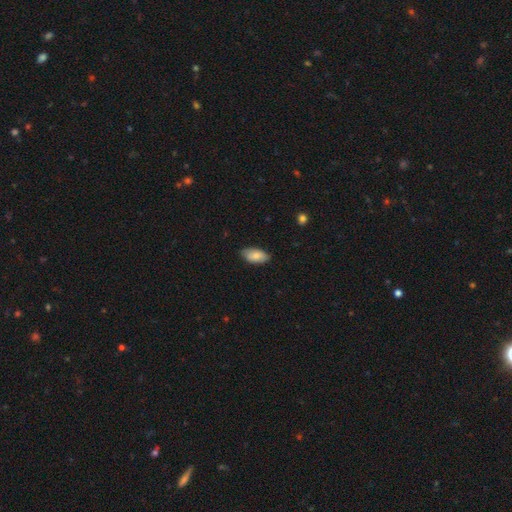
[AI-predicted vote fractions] Q: Smooth or featured?
A: smooth (81%); runner-up: featured or disk (13%)
Q: How rounded?
A: in between (93%); runner-up: cigar-shaped (4%)
Q: Merging?
A: none (81%); runner-up: minor disturbance (16%)